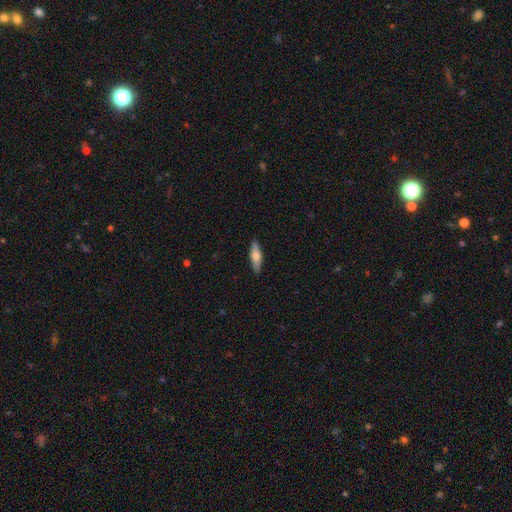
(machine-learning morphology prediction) The model was most divided on "how rounded": cigar-shaped: 62%, in between: 36%, round: 2%. More confident: merging — none (89%); smooth or featured — smooth (62%).